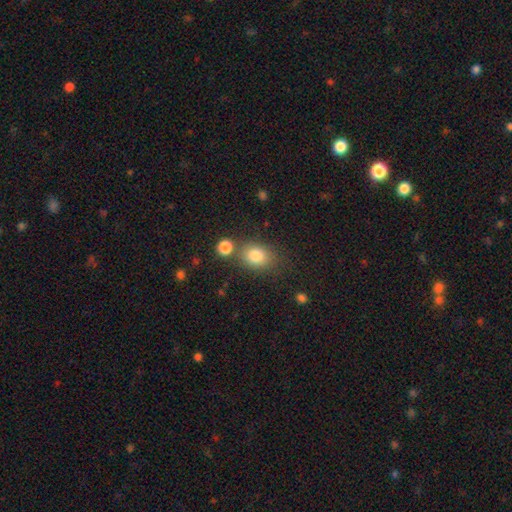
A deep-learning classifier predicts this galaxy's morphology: A smooth galaxy with no disk features (82%) that is in between round and cigar-shaped (57%).

Vote fractions:
- Smooth or featured? smooth: 82% / star or artifact: 10% / featured or disk: 8%
- How rounded? in between: 57% / round: 42% / cigar-shaped: 1%
- Merging? none: 69% / minor disturbance: 13% / merger: 13% / major disturbance: 5%